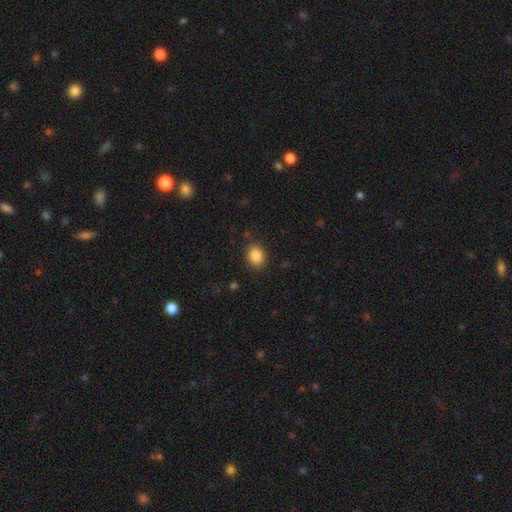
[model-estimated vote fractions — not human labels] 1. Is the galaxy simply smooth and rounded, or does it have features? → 87% smooth, 9% star or artifact, 5% featured or disk.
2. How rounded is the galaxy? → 52% in between, 47% round, 1% cigar-shaped.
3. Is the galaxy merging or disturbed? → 85% none, 10% minor disturbance, 3% major disturbance, 1% merger.